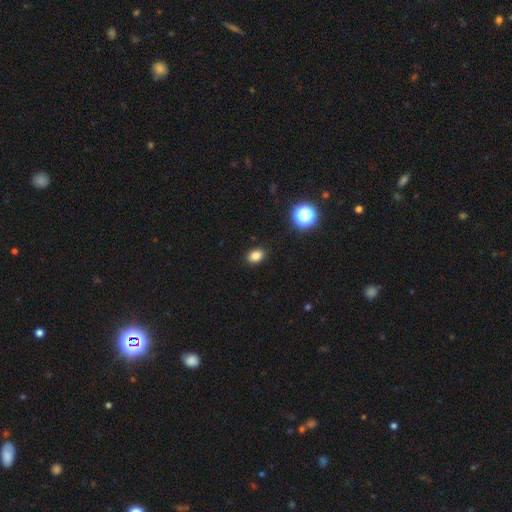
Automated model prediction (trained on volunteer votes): smooth 83%, star or artifact 13%, featured or disk 4%. Down the decision tree: how rounded — in between (75%); merging — none (90%).